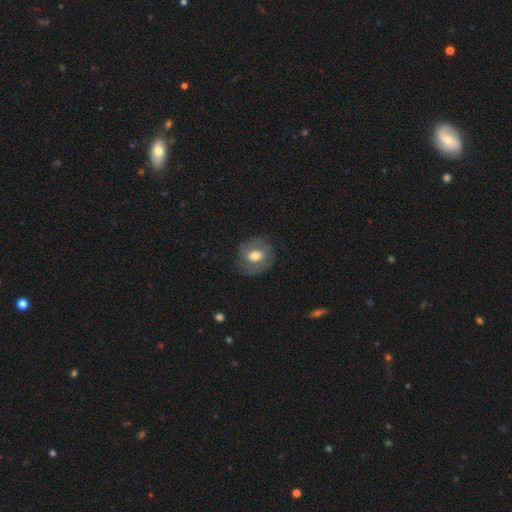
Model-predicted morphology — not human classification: This appears to be a smooth galaxy with no disk features (49%). Merging: none (73%).